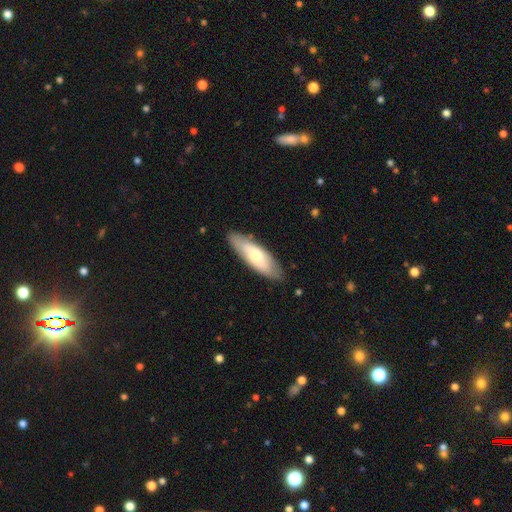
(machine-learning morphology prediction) Smooth or featured?
  - smooth: 66% *
  - featured or disk: 29%
  - star or artifact: 5%
How rounded?
  - in between: 55% *
  - cigar-shaped: 44%
  - round: 2%
Merging?
  - none: 84% *
  - minor disturbance: 12%
  - major disturbance: 2%
  - merger: 1%